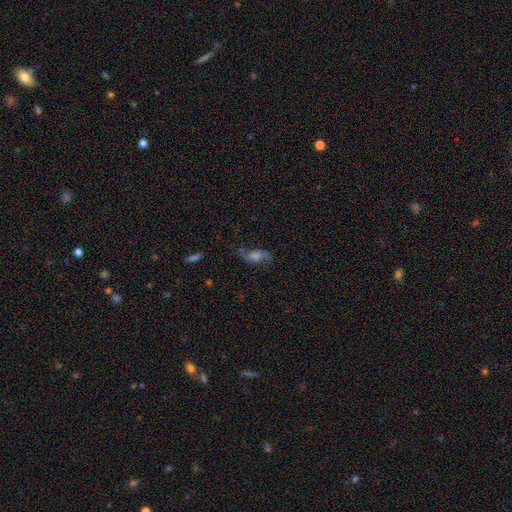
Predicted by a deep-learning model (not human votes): A featured or disk galaxy (68%) with no bar (61%), 2 (90%) loose (68%) spiral arms (91%) and a moderate central bulge (32%).

Vote fractions:
- Smooth or featured? featured or disk: 68% / smooth: 19% / star or artifact: 13%
- Edge-on disk? no: 89% / yes: 11%
- Bar? no: 61% / weak: 31% / strong: 8%
- Spiral arms? yes: 91% / no: 9%
- Spiral winding? loose: 68% / medium: 25% / tight: 7%
- Spiral arm count? 2: 90% / can't tell: 4% / 1: 3% / 3: 1% / 4: 1% / more than 4: 1%
- Bulge size? moderate: 32% / large: 30% / small: 18% / none: 14% / dominant: 6%
- Merging? none: 71% / minor disturbance: 17% / major disturbance: 10% / merger: 2%